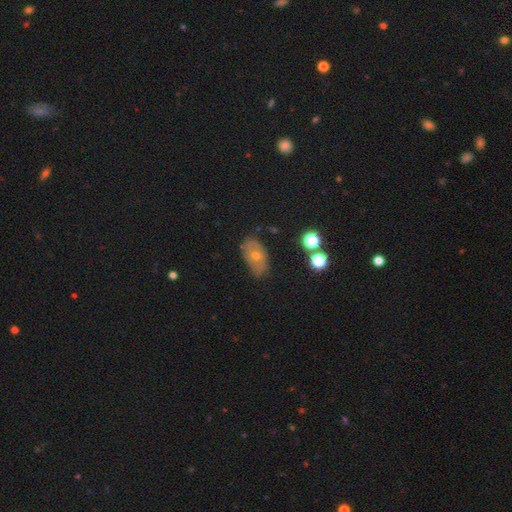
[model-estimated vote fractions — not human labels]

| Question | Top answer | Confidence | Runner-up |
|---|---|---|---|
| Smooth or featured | featured or disk | 45% | smooth (41%) |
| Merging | none | 71% | minor disturbance (22%) |